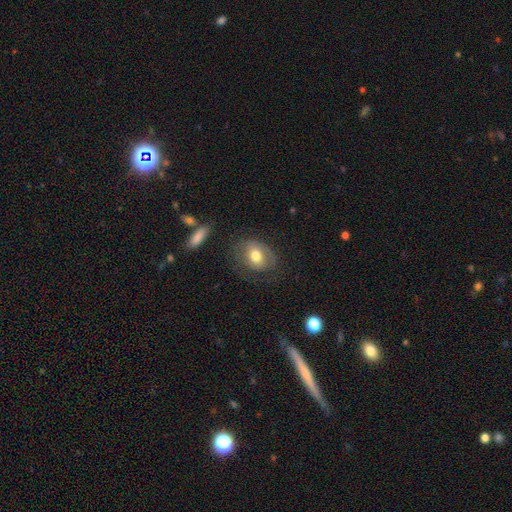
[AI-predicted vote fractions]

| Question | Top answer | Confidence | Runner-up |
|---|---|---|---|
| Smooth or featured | smooth | 61% | featured or disk (32%) |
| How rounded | in between | 60% | round (38%) |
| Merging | none | 57% | minor disturbance (23%) |